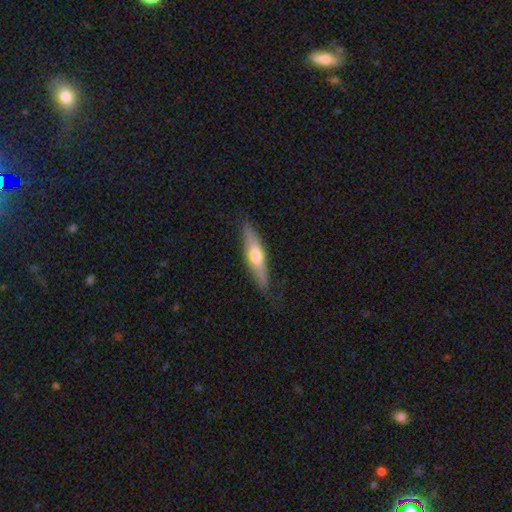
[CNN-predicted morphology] Smooth or featured?
  - featured or disk: 47% * (tied)
  - smooth: 47% * (tied)
  - star or artifact: 5%
Merging?
  - none: 81% *
  - minor disturbance: 14%
  - major disturbance: 3%
  - merger: 1%